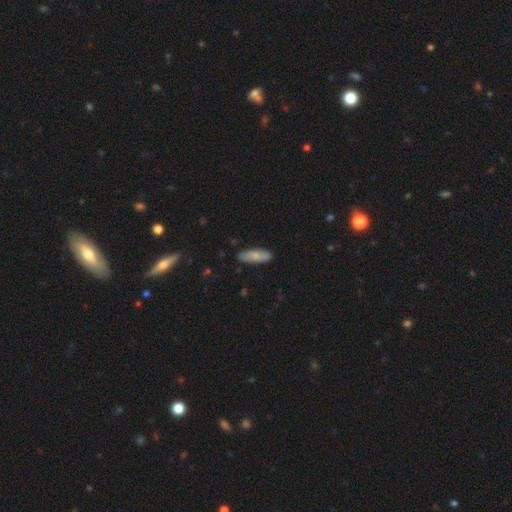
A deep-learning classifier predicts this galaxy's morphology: A smooth galaxy with no disk features (78%) that is in between round and cigar-shaped (60%). Merging: none (86%).